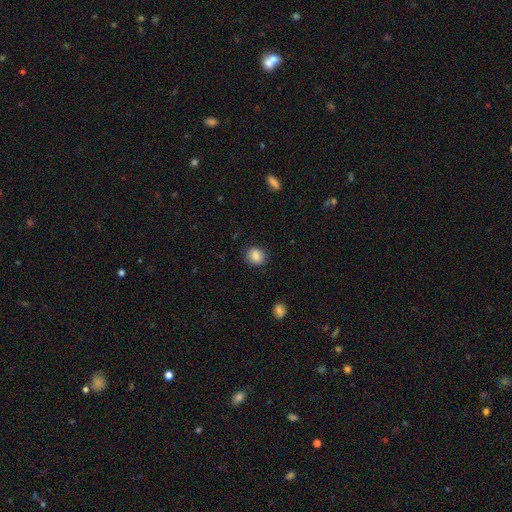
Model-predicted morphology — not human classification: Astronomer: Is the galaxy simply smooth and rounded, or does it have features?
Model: smooth — 85%.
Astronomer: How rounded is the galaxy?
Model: round — 78%.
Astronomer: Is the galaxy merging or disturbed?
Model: none — 88%.